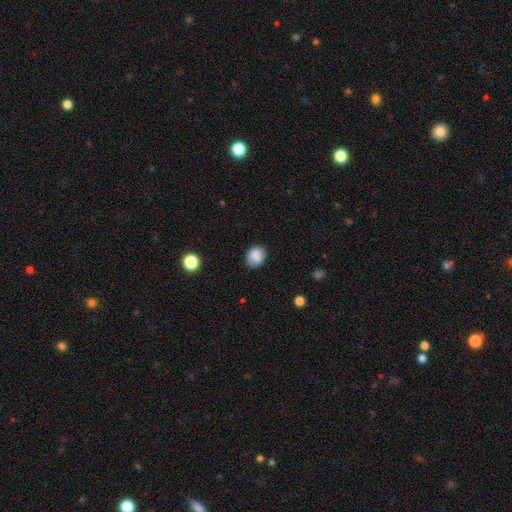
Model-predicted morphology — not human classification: Q: Smooth or featured?
A: smooth (87%); runner-up: star or artifact (8%)
Q: How rounded?
A: in between (51%); runner-up: round (48%)
Q: Merging?
A: none (83%); runner-up: minor disturbance (13%)